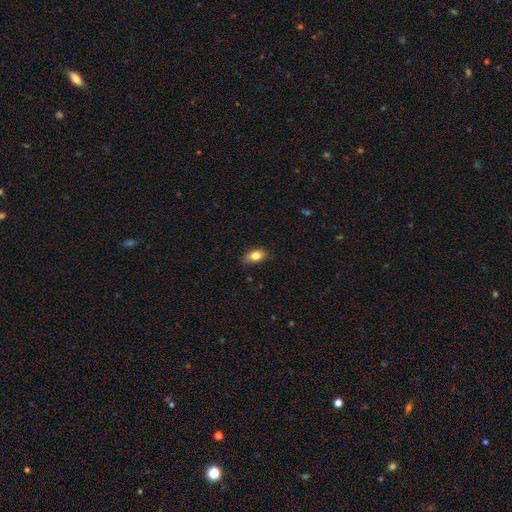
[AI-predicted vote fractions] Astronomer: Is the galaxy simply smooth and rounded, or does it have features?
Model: smooth — 83%.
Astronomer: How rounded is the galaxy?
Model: in between — 85%.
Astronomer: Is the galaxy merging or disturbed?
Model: none — 71%.